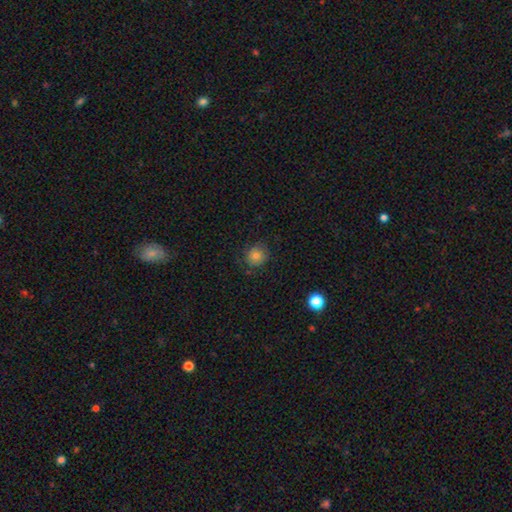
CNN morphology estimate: smooth-or-featured: smooth: 78% | star or artifact: 12% | featured or disk: 10%
  how-rounded: round: 87% | in between: 13% | cigar-shaped: 1%
  merging: none: 77% | minor disturbance: 17% | major disturbance: 5% | merger: 1%